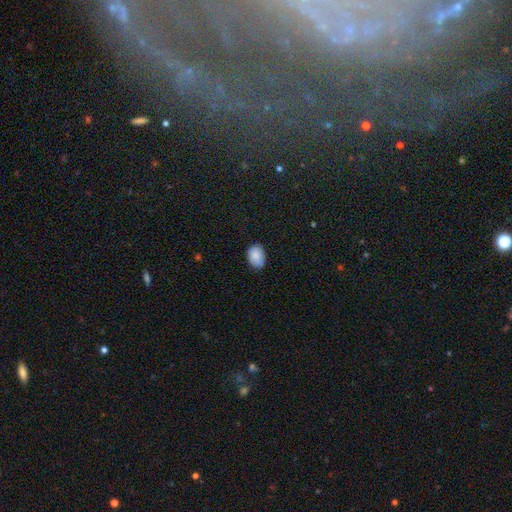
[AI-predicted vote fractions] The model was most divided on "how rounded": in between: 74%, round: 25%, cigar-shaped: 1%. More confident: smooth or featured — smooth (87%); merging — none (73%).